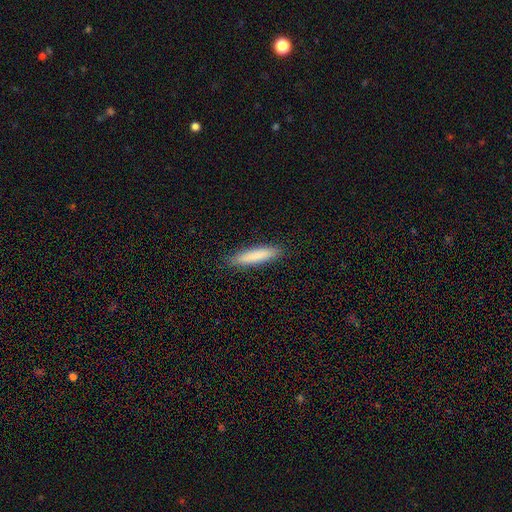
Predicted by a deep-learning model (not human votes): This is clearly a smooth galaxy (84%). How rounded: clearly cigar-shaped (87%). Merging: clearly none (90%).